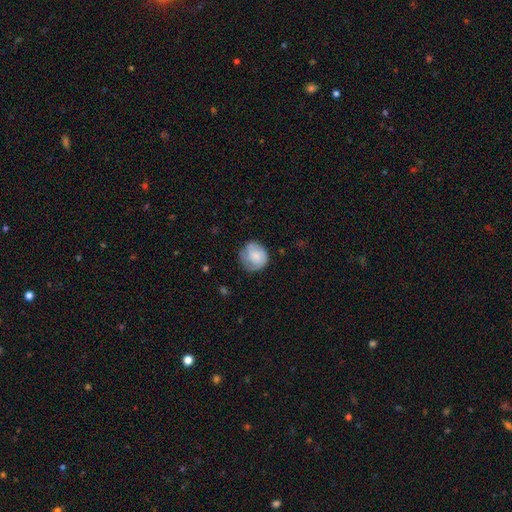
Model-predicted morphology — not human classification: Smooth or featured?
  - smooth: 65% *
  - featured or disk: 28%
  - star or artifact: 7%
How rounded?
  - round: 84% *
  - in between: 15%
  - cigar-shaped: 1%
Merging?
  - none: 63% *
  - minor disturbance: 26%
  - major disturbance: 10%
  - merger: 1%